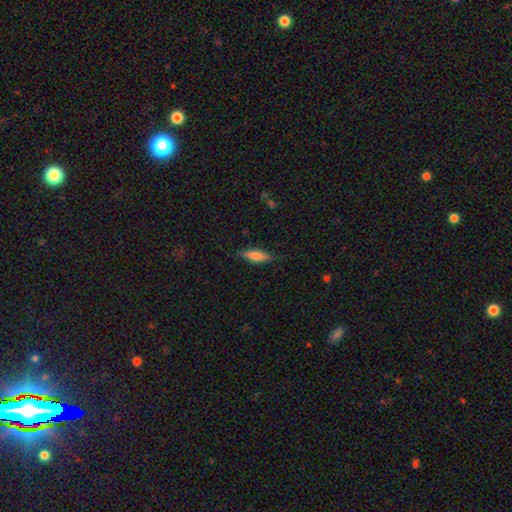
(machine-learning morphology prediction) Smooth or featured?
  - smooth: 65% *
  - featured or disk: 28%
  - star or artifact: 7%
How rounded?
  - cigar-shaped: 54% *
  - in between: 44%
  - round: 2%
Merging?
  - none: 81% *
  - minor disturbance: 15%
  - major disturbance: 3%
  - merger: 1%